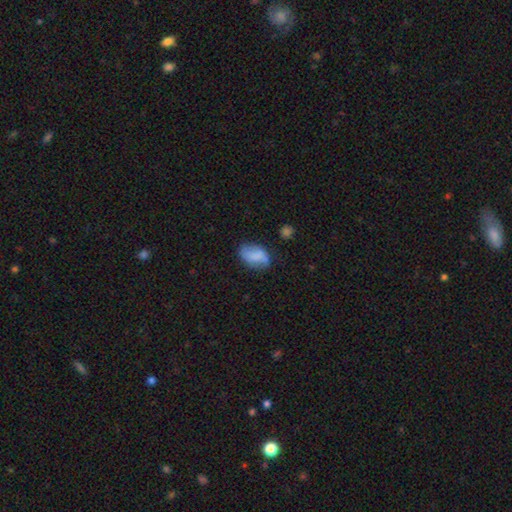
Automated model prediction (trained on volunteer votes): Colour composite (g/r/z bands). It shows a smooth galaxy with no disk features (67%) that is in between round and cigar-shaped (87%). Merging: none (53%).